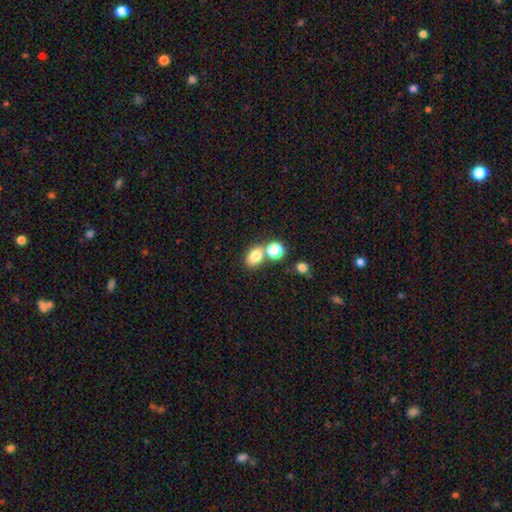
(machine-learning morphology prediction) A smooth galaxy with no disk features (79%) that is in between round and cigar-shaped (66%). Merging: none (60%).